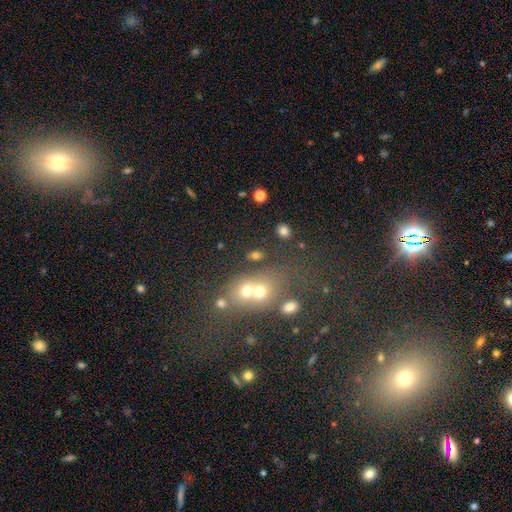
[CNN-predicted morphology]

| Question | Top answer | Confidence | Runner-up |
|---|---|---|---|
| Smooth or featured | smooth | 64% | star or artifact (20%) |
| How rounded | in between | 57% | round (40%) |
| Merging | none | 49% | merger (34%) |